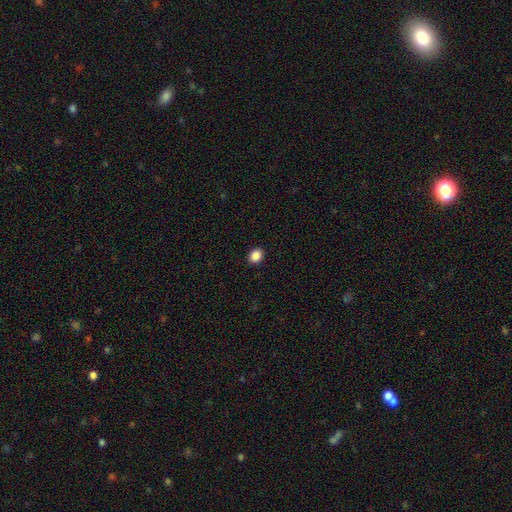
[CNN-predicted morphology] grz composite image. It shows a smooth galaxy with no disk features (87%) that is round (62%). Merging: none (92%).